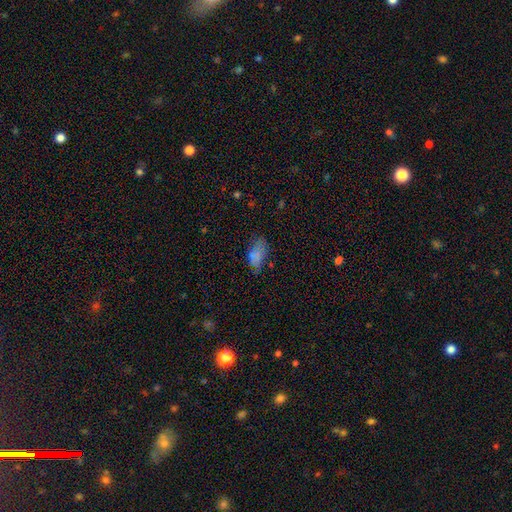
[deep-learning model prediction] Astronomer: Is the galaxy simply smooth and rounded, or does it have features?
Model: smooth — 77%.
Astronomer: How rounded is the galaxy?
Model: in between — 92%.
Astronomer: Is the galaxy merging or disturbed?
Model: none — 53% (runner-up: minor disturbance, 30%).